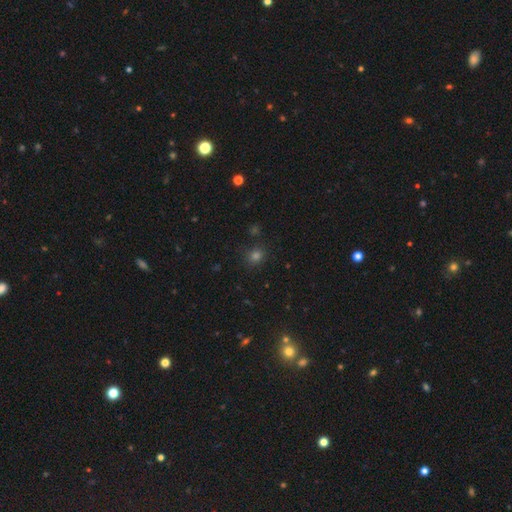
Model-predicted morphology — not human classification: Smooth or featured?
  - smooth: 71% *
  - star or artifact: 24%
  - featured or disk: 5%
How rounded?
  - round: 83% *
  - in between: 16%
  - cigar-shaped: 1%
Merging?
  - none: 87% *
  - minor disturbance: 8%
  - major disturbance: 3%
  - merger: 3%